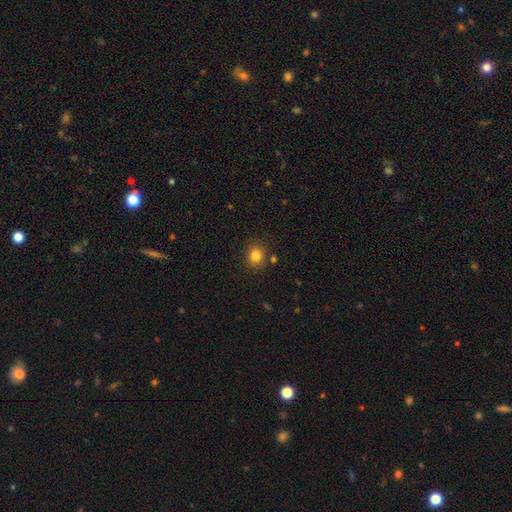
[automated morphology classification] The model was most divided on "how rounded": round: 74%, in between: 25%, cigar-shaped: 1%. More confident: merging — none (84%); smooth or featured — smooth (82%).